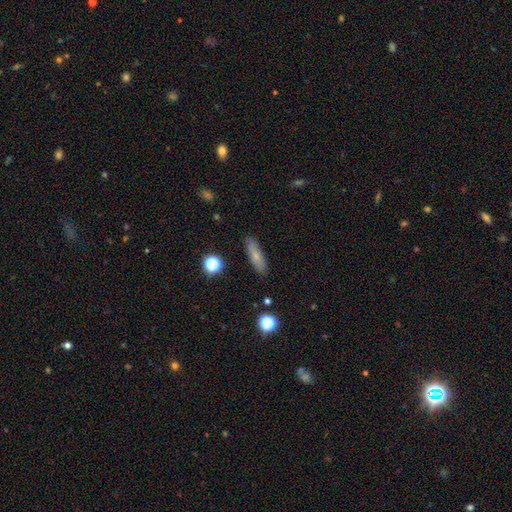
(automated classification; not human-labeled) Morphology: type=smooth (67%); roundness=cigar-shaped (59%); merging=none (86%).